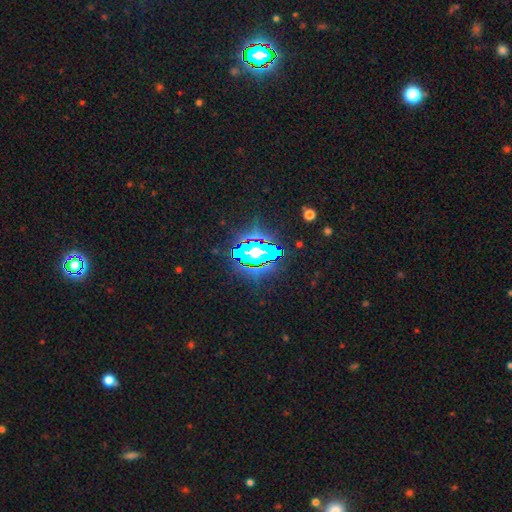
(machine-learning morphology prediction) smooth_or_featured: star or artifact (p=0.76) [alt: smooth p=0.12]